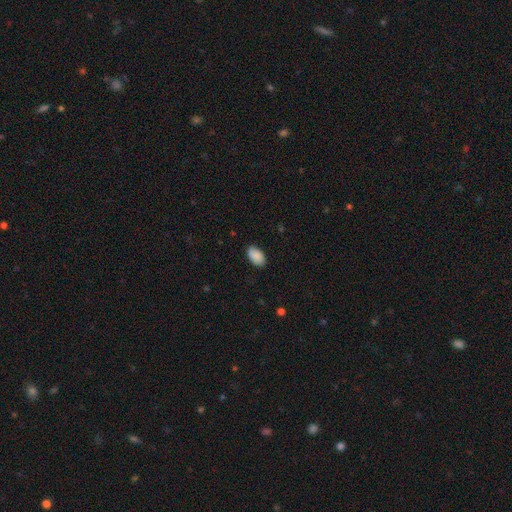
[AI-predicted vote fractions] Q: Smooth or featured?
A: smooth (89%); runner-up: star or artifact (7%)
Q: How rounded?
A: in between (94%); runner-up: round (5%)
Q: Merging?
A: none (84%); runner-up: minor disturbance (12%)